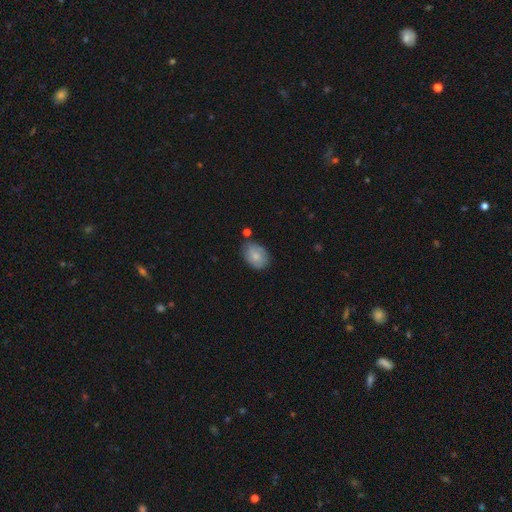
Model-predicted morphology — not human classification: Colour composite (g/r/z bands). It shows a smooth galaxy with no disk features (74%) that is in between round and cigar-shaped (81%). Merging: none (70%).